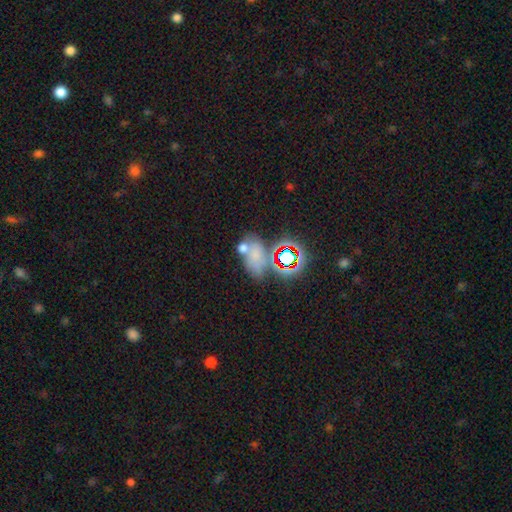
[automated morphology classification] smooth 47%, star or artifact 32%, featured or disk 21%. Down the decision tree: merging — none (37%).